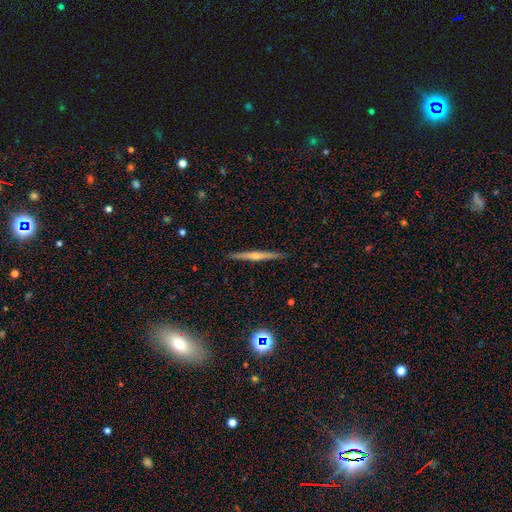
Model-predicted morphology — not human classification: A featured or disk galaxy (76%) viewed edge-on (98%) with a rounded central bulge (85%). Merging: none (92%).